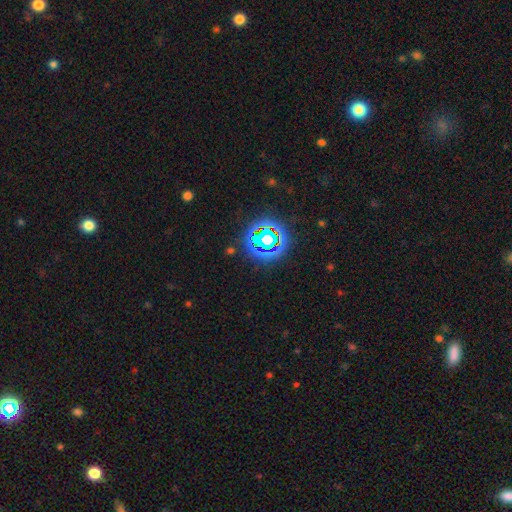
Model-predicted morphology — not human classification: The model was most divided on "smooth or featured": star or artifact: 81%, smooth: 13%, featured or disk: 6%.